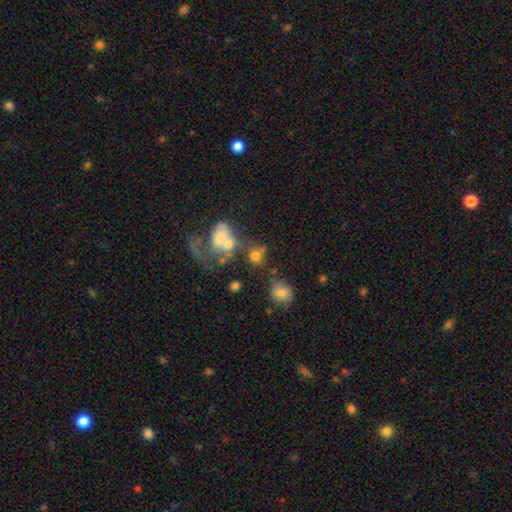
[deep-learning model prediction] Q: Smooth or featured?
A: smooth (67%); runner-up: featured or disk (18%)
Q: How rounded?
A: round (62%); runner-up: in between (36%)
Q: Merging?
A: merger (37%); runner-up: none (34%)